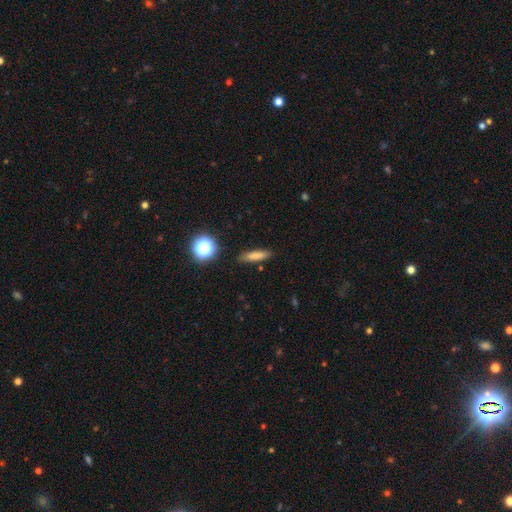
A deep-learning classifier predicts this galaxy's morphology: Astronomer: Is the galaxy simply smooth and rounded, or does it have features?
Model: smooth — 76%.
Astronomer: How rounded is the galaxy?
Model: cigar-shaped — 74%.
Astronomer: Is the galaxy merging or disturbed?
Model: none — 85%.